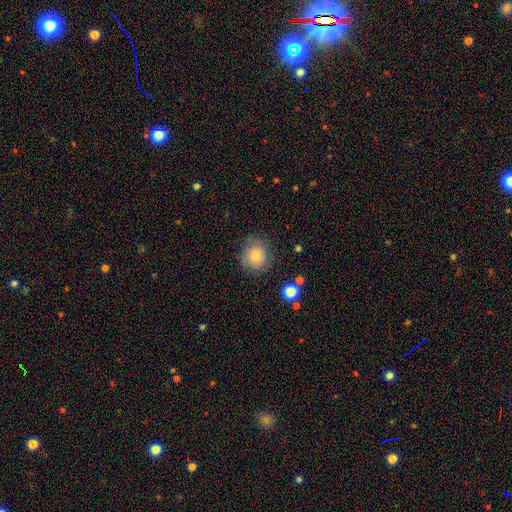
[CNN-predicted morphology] Smooth or featured? smooth (77%)
How rounded? round (87%)
Merging? none (78%)